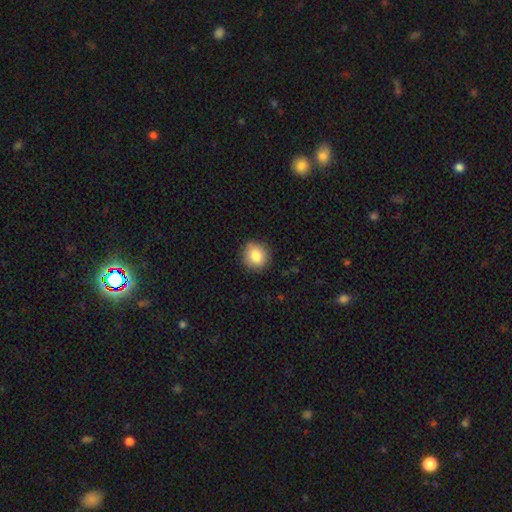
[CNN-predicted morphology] A smooth galaxy with no disk features (84%) that is round (88%).

Vote fractions:
- Smooth or featured? smooth: 84% / star or artifact: 9% / featured or disk: 7%
- How rounded? round: 88% / in between: 11% / cigar-shaped: 1%
- Merging? none: 86% / minor disturbance: 11% / major disturbance: 2% / merger: 1%